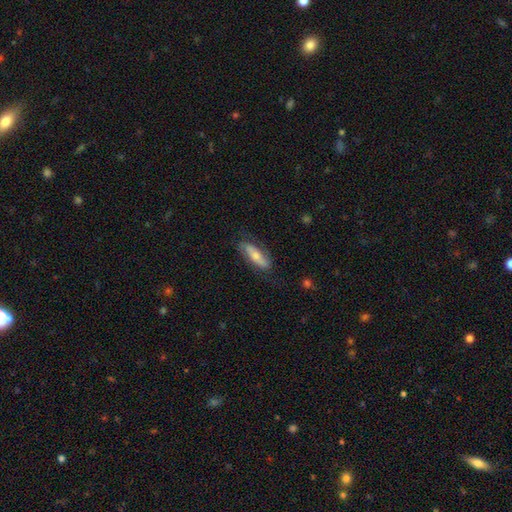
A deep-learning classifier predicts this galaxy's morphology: This is possibly a smooth galaxy (54%). How rounded: possibly in between (52%). Merging: likely none (73%).